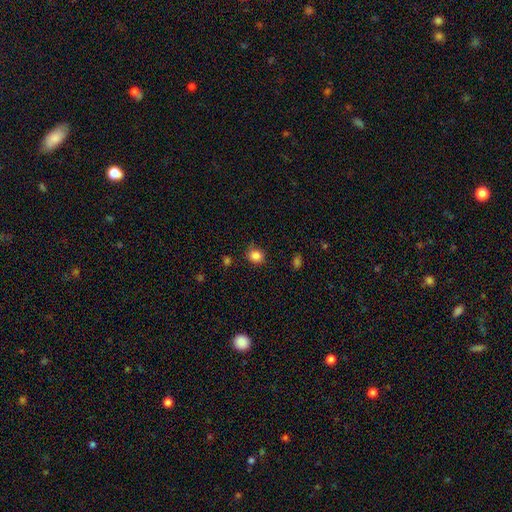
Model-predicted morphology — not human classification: A smooth galaxy with no disk features (84%) that is round (80%). Merging: none (79%).